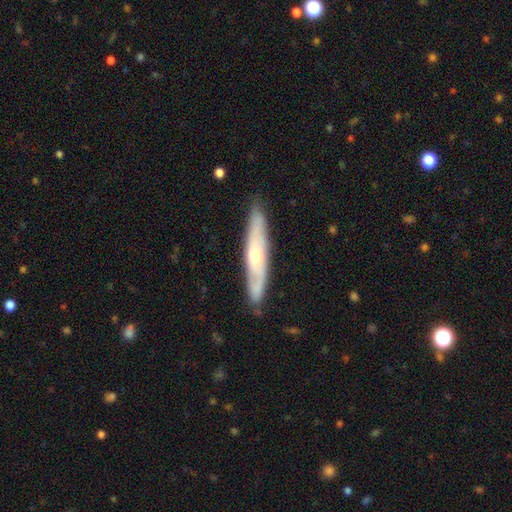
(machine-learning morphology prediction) type=featured or disk (61%); edge-on=yes (65%); merging=none (84%).